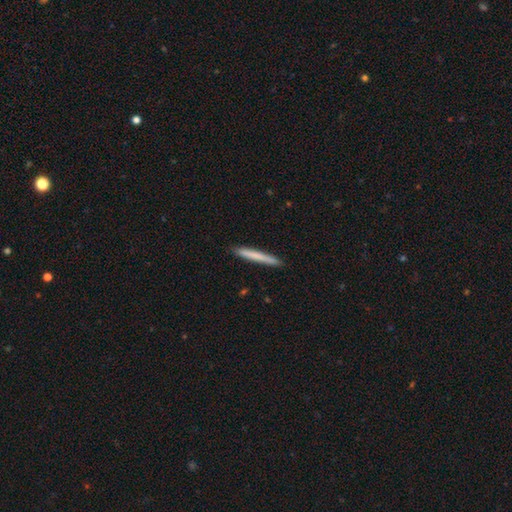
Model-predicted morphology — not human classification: smooth 72%, featured or disk 23%, star or artifact 6%. Down the decision tree: how rounded — cigar-shaped (97%); merging — none (92%).